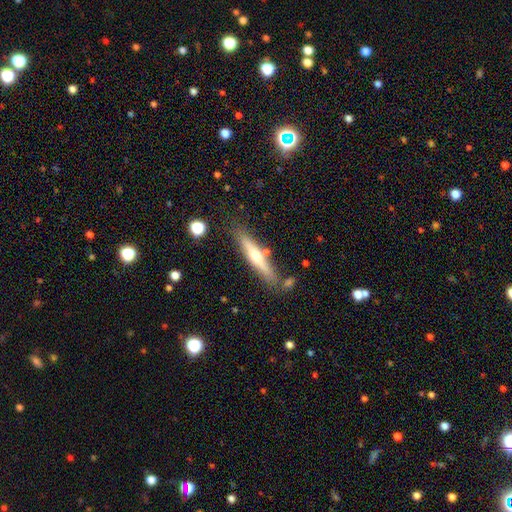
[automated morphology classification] Overall: featured or disk (51%; smooth 42%). Edge-on disk: yes (92%). Merging: none (79%).